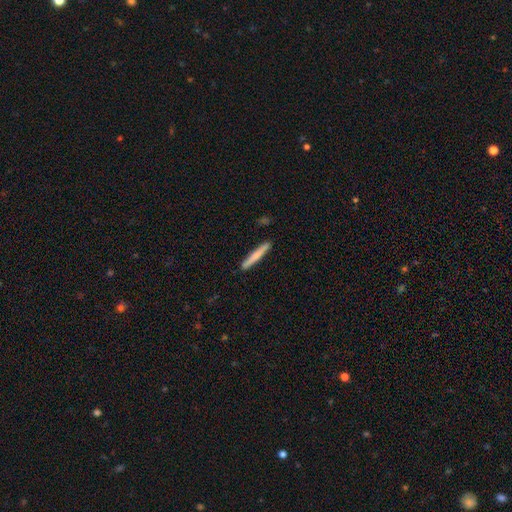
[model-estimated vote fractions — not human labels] smooth_or_featured: smooth (p=0.72) [alt: featured or disk p=0.23]
how_rounded: cigar-shaped (p=0.96) [alt: in between p=0.02]
merging: none (p=0.91) [alt: minor disturbance p=0.07]